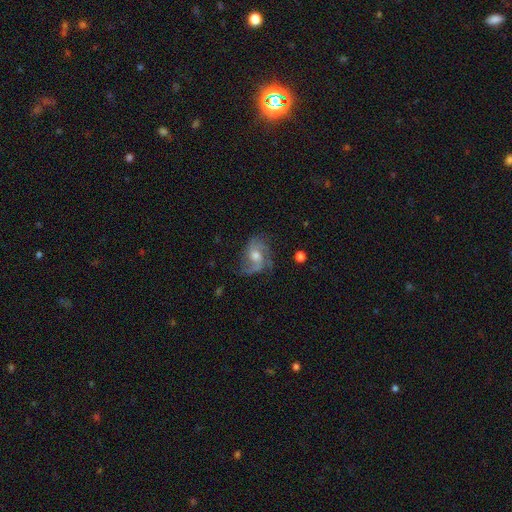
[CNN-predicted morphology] Smooth or featured? featured or disk (80%)
Edge-on disk? no (97%)
Bar? no (61%)
Spiral arms? yes (94%)
Spiral winding? medium (49%)
Spiral arm count? 3 (37%)
Bulge size? moderate (67%)
Merging? none (62%)